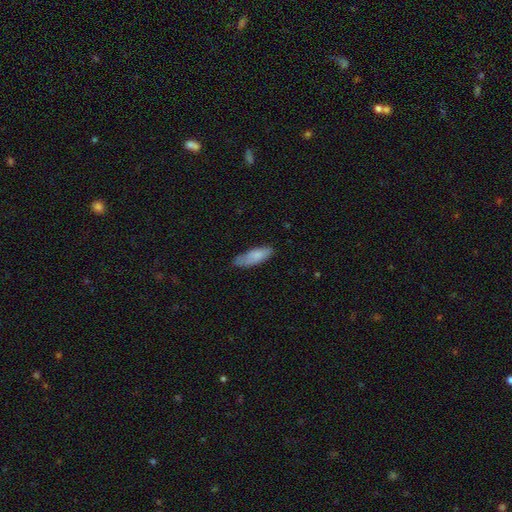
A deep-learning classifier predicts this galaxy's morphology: Q: Smooth or featured?
A: smooth (80%); runner-up: featured or disk (14%)
Q: How rounded?
A: in between (63%); runner-up: cigar-shaped (36%)
Q: Merging?
A: none (60%); runner-up: minor disturbance (31%)